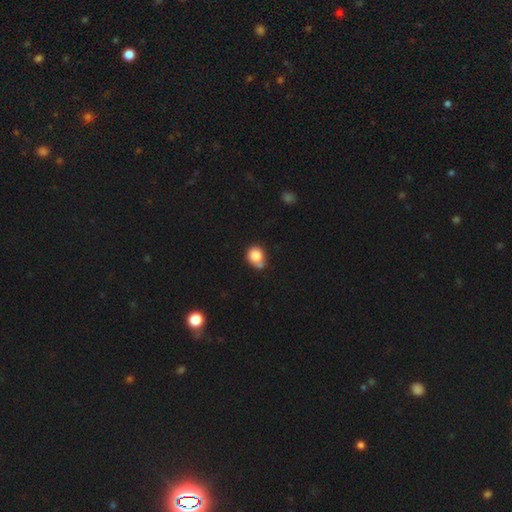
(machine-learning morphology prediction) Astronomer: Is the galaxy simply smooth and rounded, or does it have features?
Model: smooth — 84%.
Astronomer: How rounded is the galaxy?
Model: round — 79%.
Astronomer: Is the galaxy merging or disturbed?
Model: none — 49% (runner-up: merger, 26%).